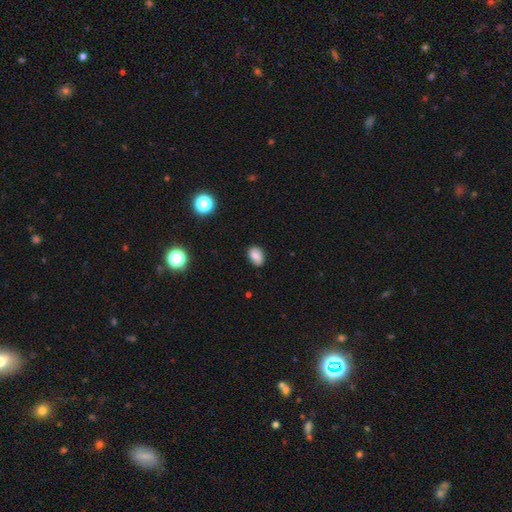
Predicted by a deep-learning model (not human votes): Q: Smooth or featured?
A: smooth (80%); runner-up: star or artifact (10%)
Q: How rounded?
A: in between (79%); runner-up: round (20%)
Q: Merging?
A: none (82%); runner-up: minor disturbance (14%)